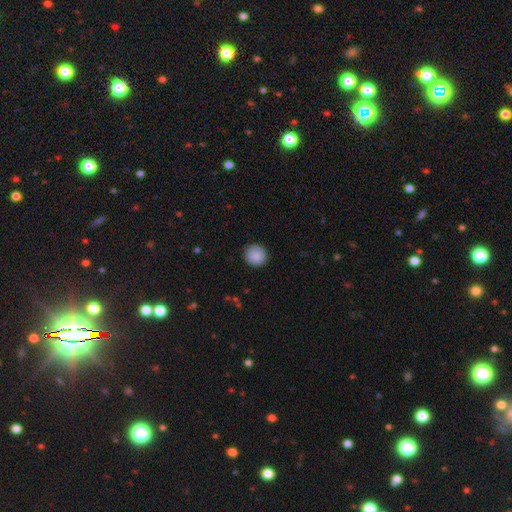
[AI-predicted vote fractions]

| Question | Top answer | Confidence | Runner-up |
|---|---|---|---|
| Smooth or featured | smooth | 89% | star or artifact (7%) |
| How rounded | round | 93% | in between (6%) |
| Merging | none | 91% | minor disturbance (6%) |